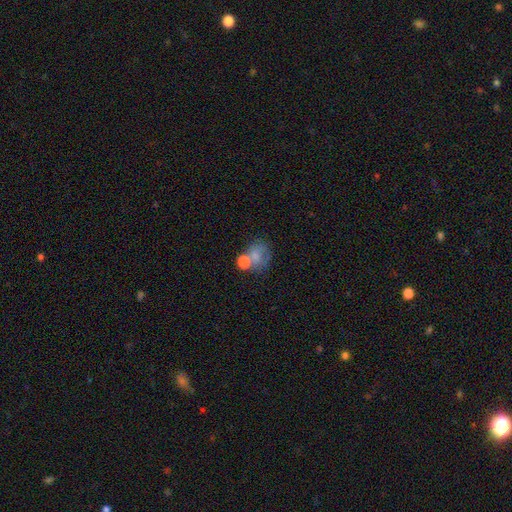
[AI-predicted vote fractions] Morphology: type=smooth (68%); roundness=round (56%); merging=none (36%).